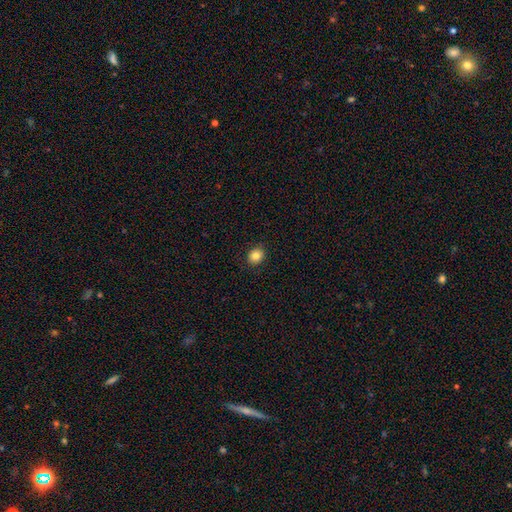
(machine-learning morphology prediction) This is clearly a smooth galaxy (83%). How rounded: likely round (66%). Merging: clearly none (90%).